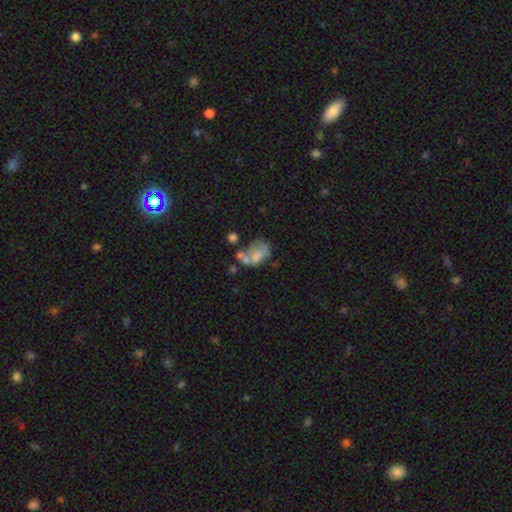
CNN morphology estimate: This is possibly a smooth galaxy (50%). How rounded: likely in between (75%). Merging: marginally merger (28%).